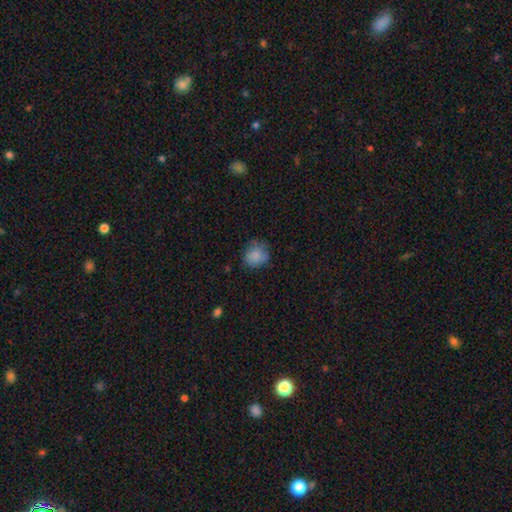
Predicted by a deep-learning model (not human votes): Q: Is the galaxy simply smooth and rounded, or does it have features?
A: smooth — 82%.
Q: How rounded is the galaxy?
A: round — 73%.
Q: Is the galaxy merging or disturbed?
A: none — 67%.